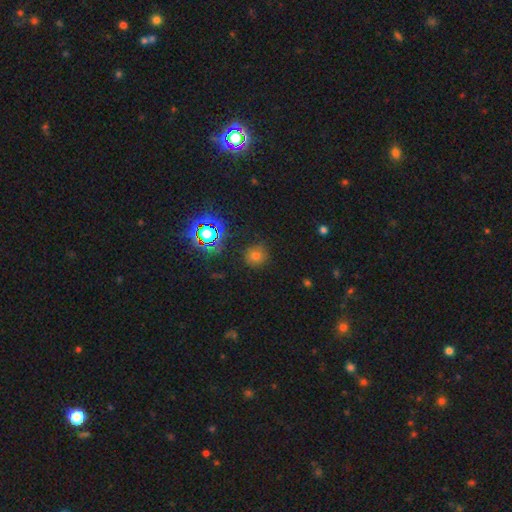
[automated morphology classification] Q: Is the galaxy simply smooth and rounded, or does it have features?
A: smooth — 66%.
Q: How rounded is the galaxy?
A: round — 90%.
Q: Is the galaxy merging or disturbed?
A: none — 84%.